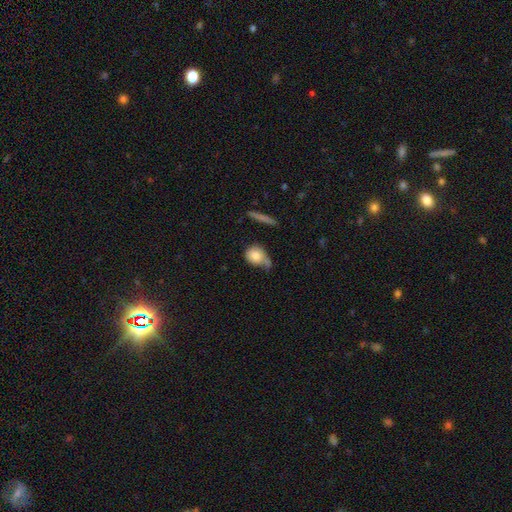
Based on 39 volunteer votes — Smooth or featured?
  - smooth: 87% *
  - featured or disk: 13%
  - star or artifact: 0%
How rounded?
  - round: 53% *
  - in between: 41%
  - cigar-shaped: 6%
Merging?
  - none: 38% * (tied)
  - minor disturbance: 38% * (tied)
  - major disturbance: 23%
  - merger: 0%